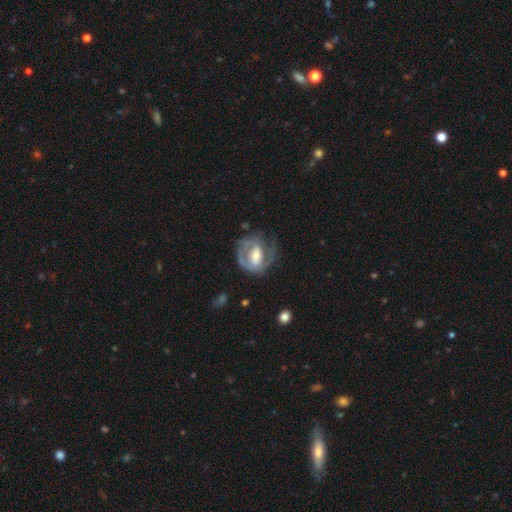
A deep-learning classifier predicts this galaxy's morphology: Q: Smooth or featured?
A: featured or disk (75%); runner-up: smooth (20%)
Q: Edge-on disk?
A: no (97%); runner-up: yes (3%)
Q: Bar?
A: no (42%); runner-up: weak (39%)
Q: Spiral arms?
A: yes (79%); runner-up: no (21%)
Q: Spiral winding?
A: tight (46%); runner-up: medium (38%)
Q: Spiral arm count?
A: 2 (46%); runner-up: can't tell (24%)
Q: Bulge size?
A: moderate (58%); runner-up: small (29%)
Q: Merging?
A: none (49%); runner-up: major disturbance (26%)